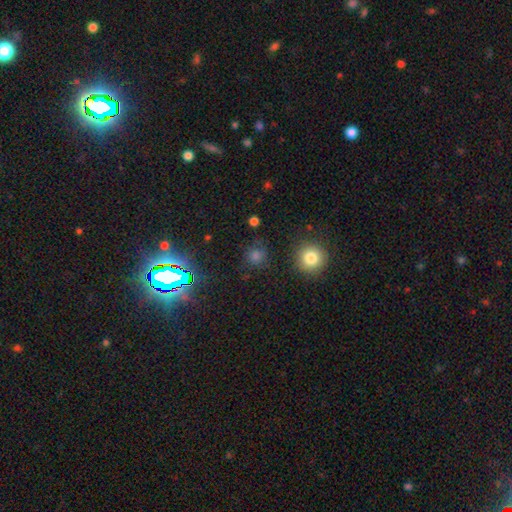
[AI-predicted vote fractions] This is possibly a smooth galaxy (57%). How rounded: clearly round (89%). Merging: clearly none (81%).